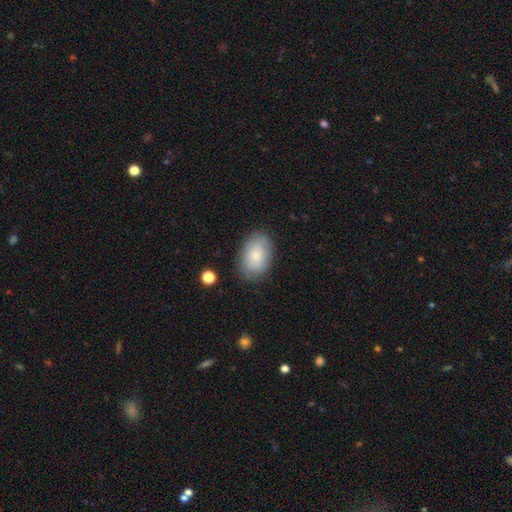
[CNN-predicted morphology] Smooth or featured? smooth (79%)
How rounded? in between (88%)
Merging? none (81%)